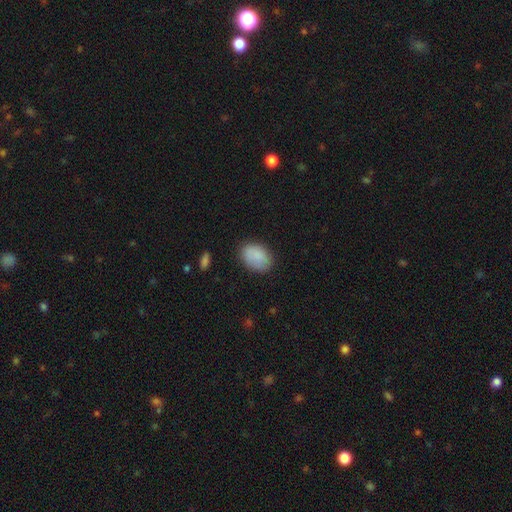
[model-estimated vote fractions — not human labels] This is clearly a smooth galaxy (86%). How rounded: likely in between (78%). Merging: likely none (79%).